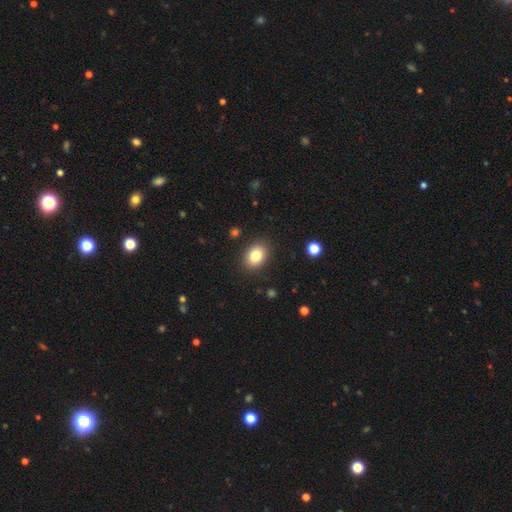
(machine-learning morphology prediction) This appears to be a smooth galaxy with no disk features (83%) that is in between round and cigar-shaped (64%). Merging: none (88%).